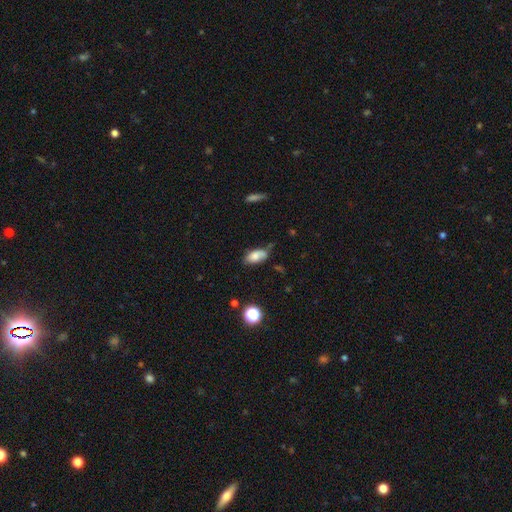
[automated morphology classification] type=smooth (74%); roundness=in between (90%); merging=none (47%).